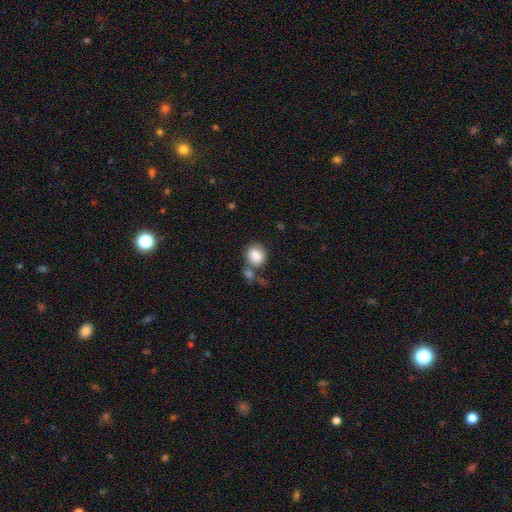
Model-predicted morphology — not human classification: smooth 86%, star or artifact 8%, featured or disk 6%. Down the decision tree: how rounded — round (70%); merging — none (52%).